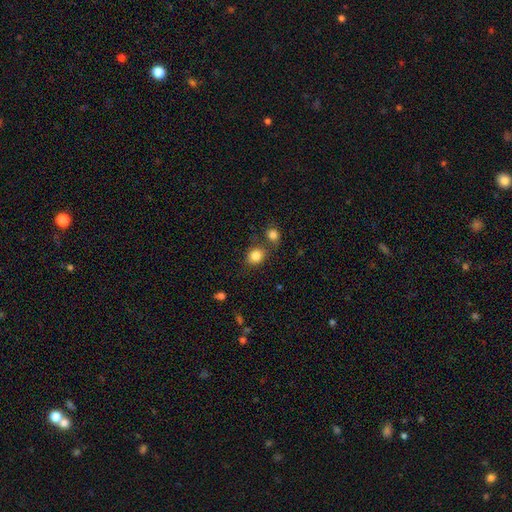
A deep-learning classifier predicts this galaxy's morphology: Overall: smooth (84%). How rounded: round (62%; in between 37%). Merging: none (64%).